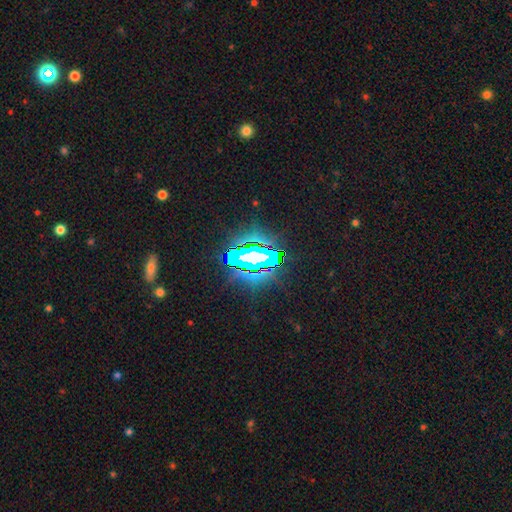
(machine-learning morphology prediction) Smooth or featured?
  - star or artifact: 72% *
  - featured or disk: 15%
  - smooth: 13%